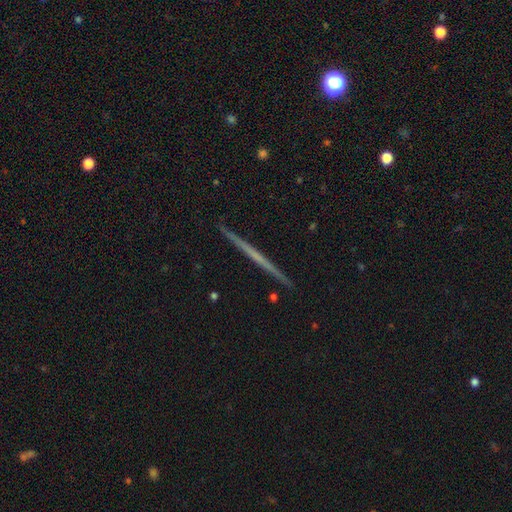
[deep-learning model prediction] featured or disk 66%, smooth 28%, star or artifact 6%. Down the decision tree: edge-on disk — yes (98%); edge-on bulge — none (86%); merging — none (93%).